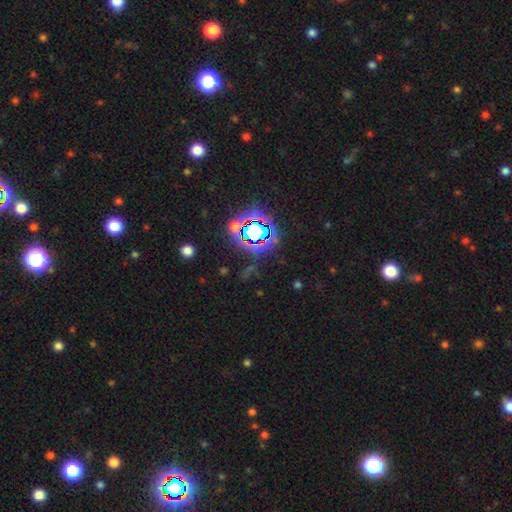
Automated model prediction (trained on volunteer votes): A star or artifact, not a galaxy (82%).